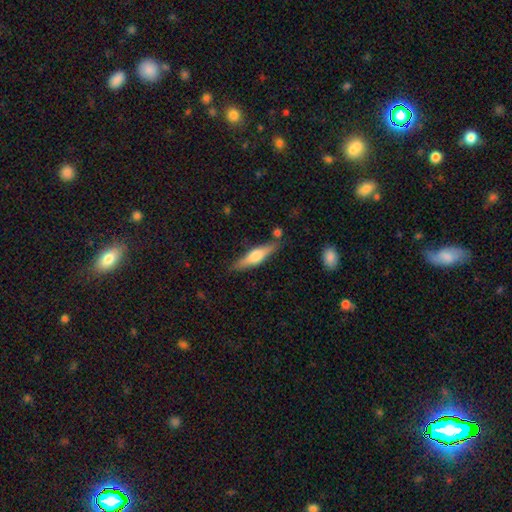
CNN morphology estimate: Smooth or featured? featured or disk (51%)
Edge-on disk? yes (94%)
Merging? none (80%)